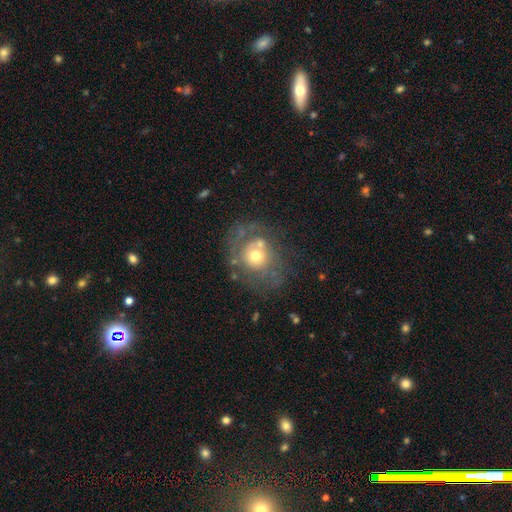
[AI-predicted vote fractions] Smooth or featured?
  - featured or disk: 49% *
  - smooth: 41%
  - star or artifact: 10%
Merging?
  - none: 54% *
  - minor disturbance: 20%
  - major disturbance: 17%
  - merger: 9%